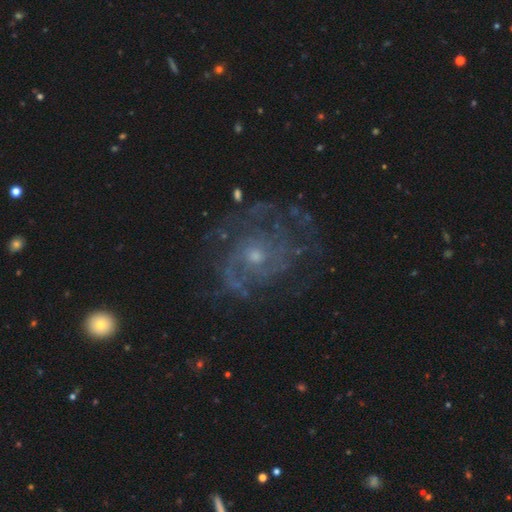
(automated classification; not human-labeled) Smooth or featured? featured or disk (81%)
Edge-on disk? no (97%)
Bar? no (80%)
Spiral arms? yes (86%)
Spiral winding? tight (48%)
Spiral arm count? can't tell (37%)
Bulge size? small (59%)
Merging? none (63%)